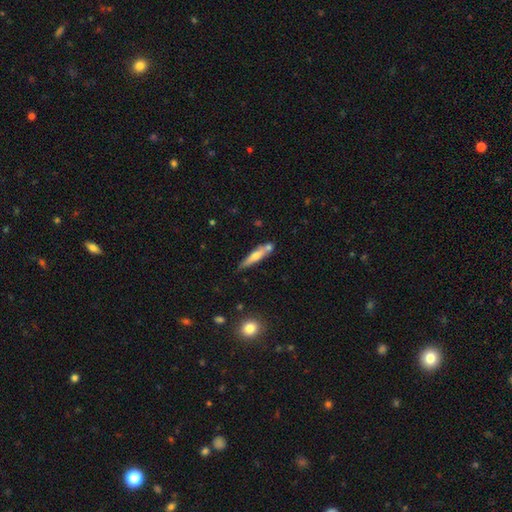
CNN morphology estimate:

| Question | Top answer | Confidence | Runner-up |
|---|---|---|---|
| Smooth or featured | smooth | 55% | featured or disk (39%) |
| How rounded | cigar-shaped | 86% | in between (13%) |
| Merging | none | 64% | minor disturbance (18%) |